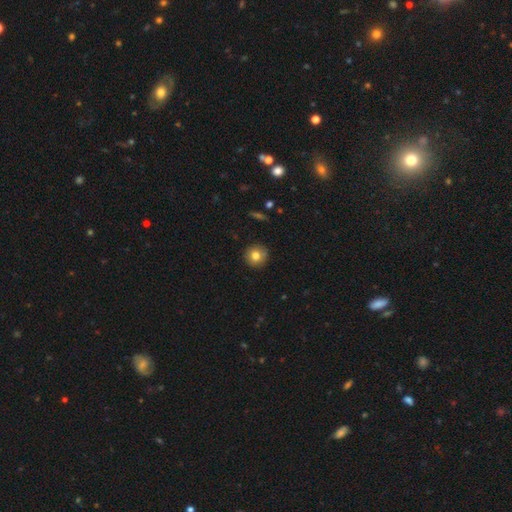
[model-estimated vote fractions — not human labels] Smooth or featured? Predicted: smooth (p=0.80). How rounded? Predicted: round (p=0.94). Merging? Predicted: none (p=0.90).